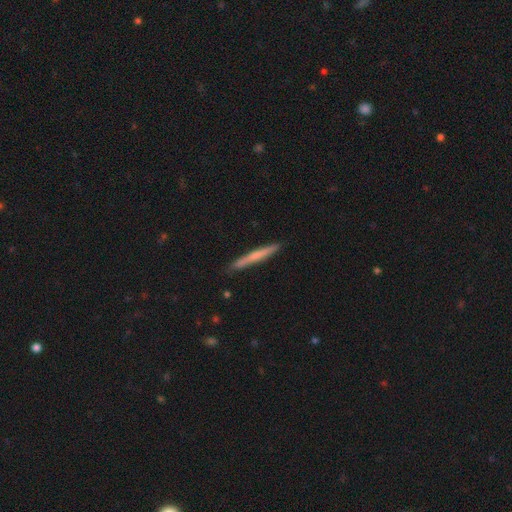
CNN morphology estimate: smooth_or_featured: smooth (p=0.58) [alt: featured or disk p=0.37]
how_rounded: cigar-shaped (p=0.96) [alt: in between p=0.02]
merging: none (p=0.88) [alt: minor disturbance p=0.09]